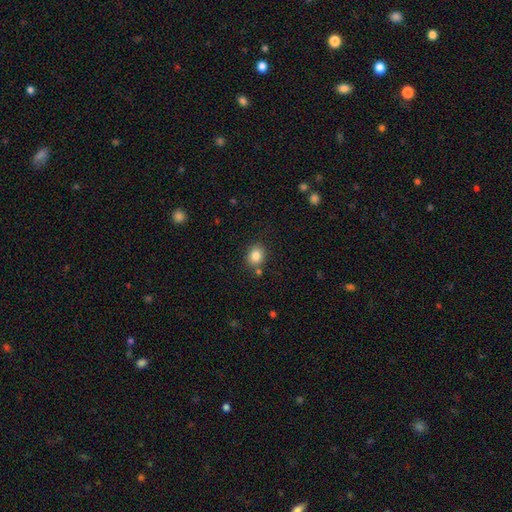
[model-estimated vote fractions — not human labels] Smooth or featured? smooth (84%)
How rounded? round (56%)
Merging? none (78%)